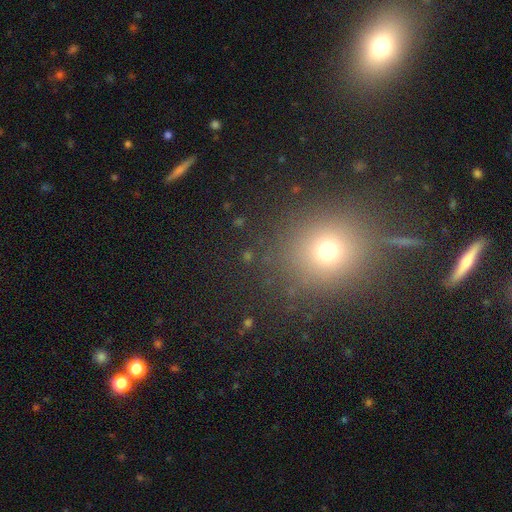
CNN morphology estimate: smooth-or-featured: smooth: 52% | star or artifact: 38% | featured or disk: 10%
  how-rounded: round: 86% | in between: 12% | cigar-shaped: 2%
  merging: none: 86% | minor disturbance: 8% | major disturbance: 4% | merger: 3%